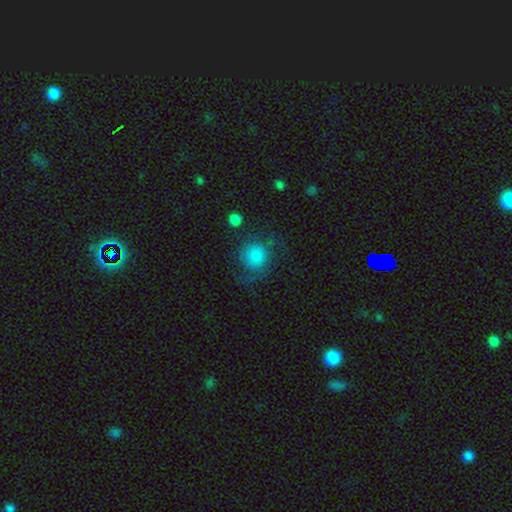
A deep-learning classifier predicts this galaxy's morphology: Smooth or featured: smooth — 74% (featured or disk — 17%)
How rounded: round — 85% (in between — 14%)
Merging: none — 55% (minor disturbance — 22%)